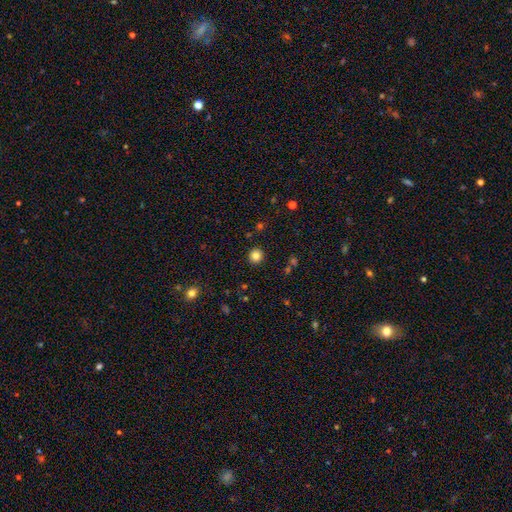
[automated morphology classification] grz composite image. It shows a smooth galaxy with no disk features (83%) that is round (93%). Merging: none (91%).